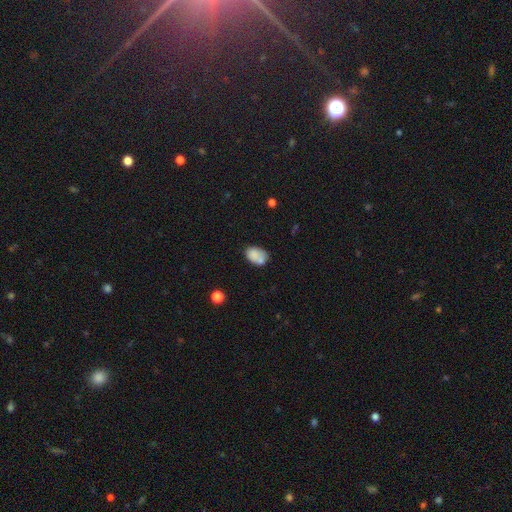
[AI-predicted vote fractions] This is likely a smooth galaxy (77%). How rounded: likely in between (77%). Merging: marginally none (44%).